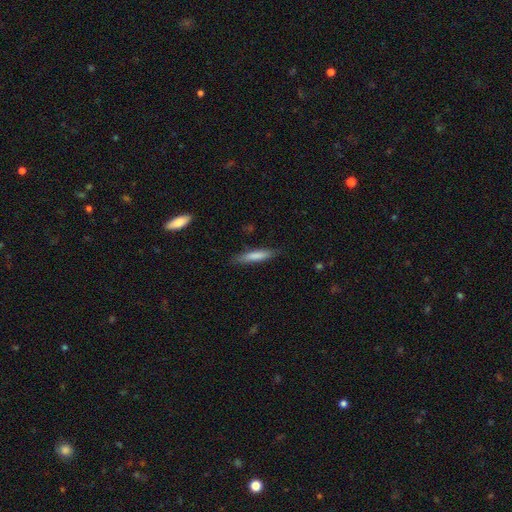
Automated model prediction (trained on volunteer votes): Smooth or featured? smooth (77%)
How rounded? cigar-shaped (88%)
Merging? none (83%)